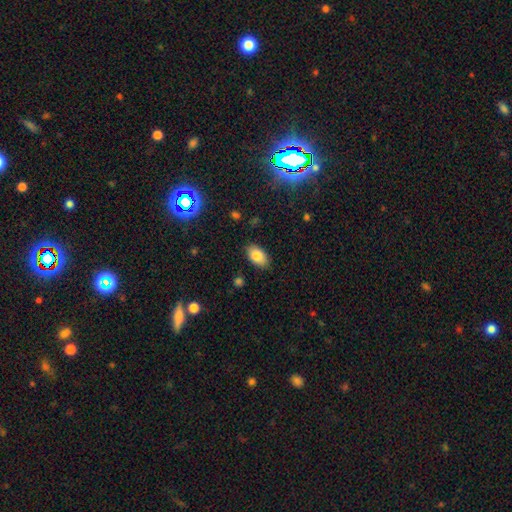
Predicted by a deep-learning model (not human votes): The model was most divided on "smooth or featured": smooth: 82%, featured or disk: 10%, star or artifact: 9%. More confident: how rounded — in between (91%); merging — none (85%).